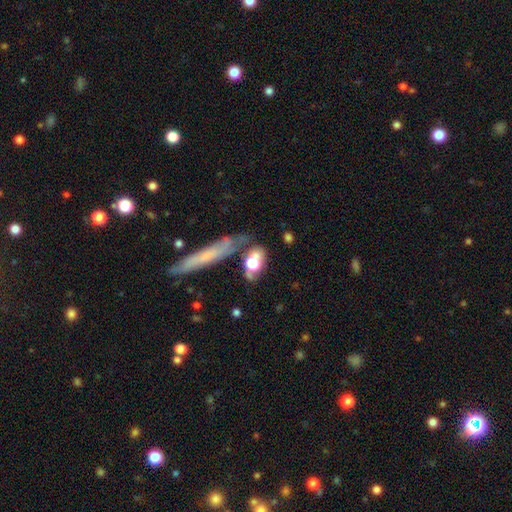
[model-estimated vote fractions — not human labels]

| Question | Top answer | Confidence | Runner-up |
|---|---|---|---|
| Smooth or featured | smooth | 61% | featured or disk (26%) |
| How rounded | in between | 56% | round (32%) |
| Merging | none | 47% | merger (23%) |